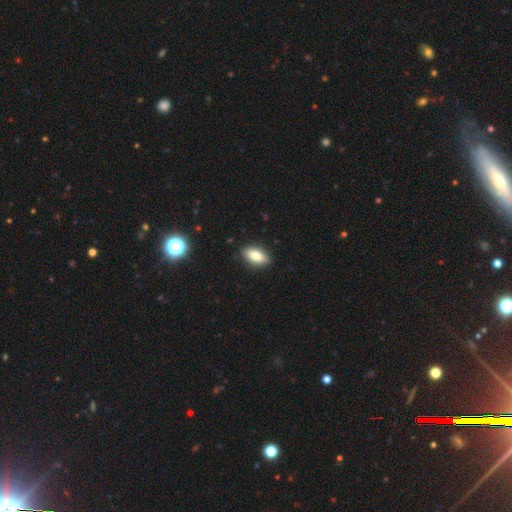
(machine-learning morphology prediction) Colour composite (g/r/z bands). It shows a smooth galaxy with no disk features (77%) that is in between round and cigar-shaped (85%). Merging: none (87%).